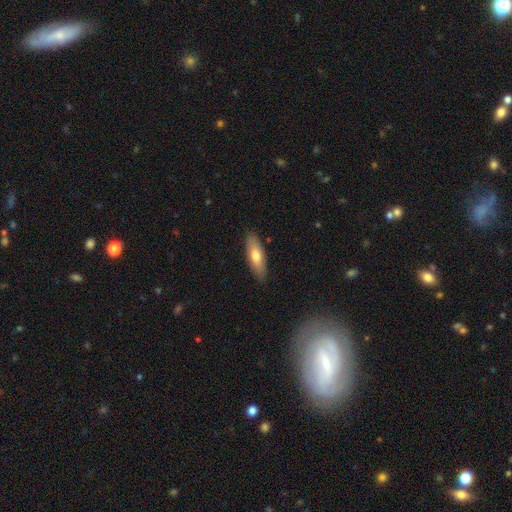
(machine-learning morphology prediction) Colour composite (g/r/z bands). It shows a smooth galaxy with no disk features (71%) that is in between round and cigar-shaped (61%). Merging: none (87%).